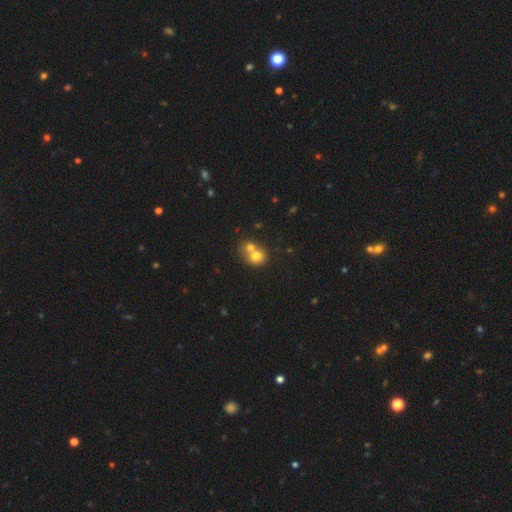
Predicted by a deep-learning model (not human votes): The model was most divided on "merging": merger: 63%, none: 29%, minor disturbance: 6%, major disturbance: 3%. More confident: smooth or featured — smooth (71%); how rounded — round (70%).